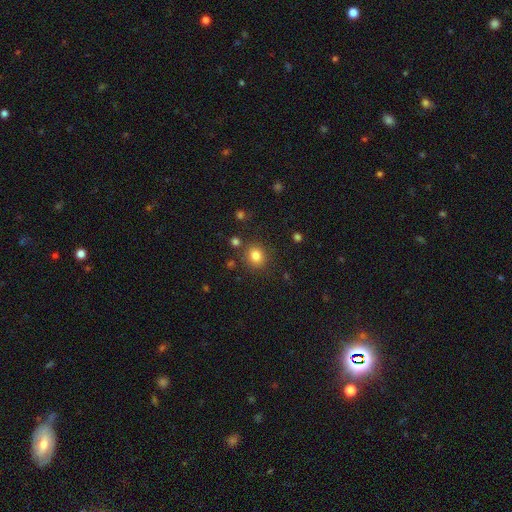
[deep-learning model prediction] Overall: smooth (81%). How rounded: round (82%). Merging: none (84%).